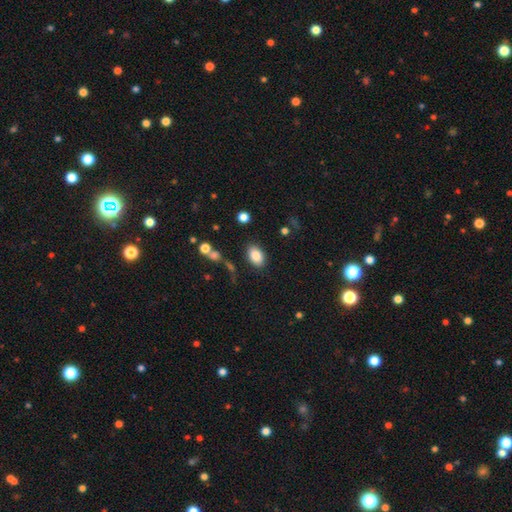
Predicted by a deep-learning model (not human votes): Smooth or featured? Predicted: smooth (p=0.86). How rounded? Predicted: in between (p=0.87). Merging? Predicted: none (p=0.83).